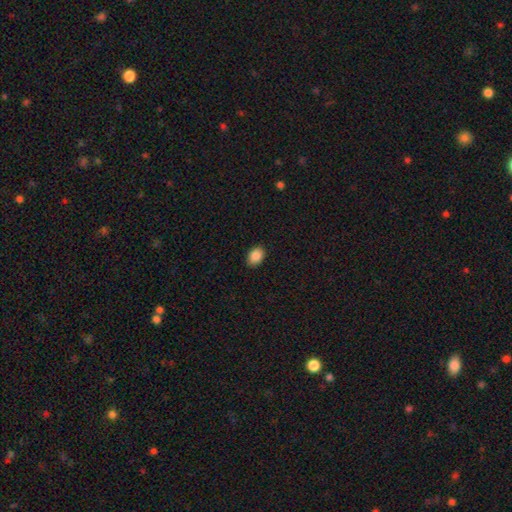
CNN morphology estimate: smooth 88%, star or artifact 8%, featured or disk 4%. Down the decision tree: how rounded — in between (82%); merging — none (89%).